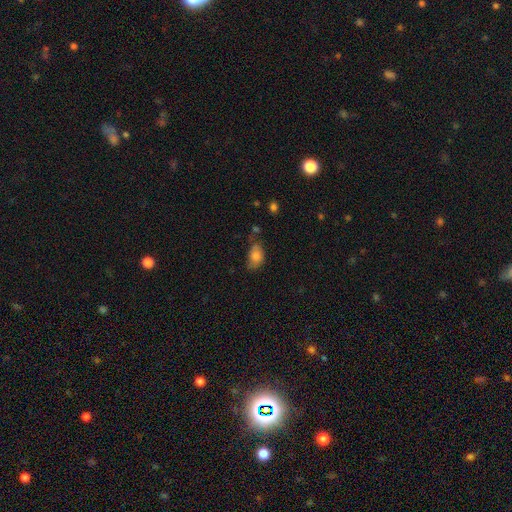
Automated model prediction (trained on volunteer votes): Q: Smooth or featured?
A: smooth (81%); runner-up: featured or disk (10%)
Q: How rounded?
A: in between (89%); runner-up: round (10%)
Q: Merging?
A: none (56%); runner-up: minor disturbance (30%)